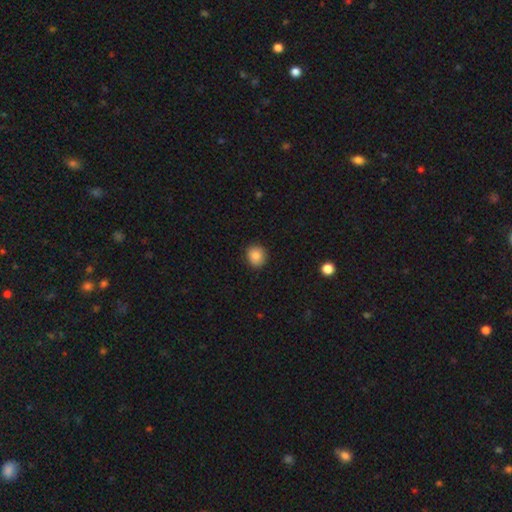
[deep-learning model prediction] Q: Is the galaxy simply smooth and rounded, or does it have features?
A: smooth — 86%.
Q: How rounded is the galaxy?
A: round — 87%.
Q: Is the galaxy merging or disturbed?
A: none — 90%.